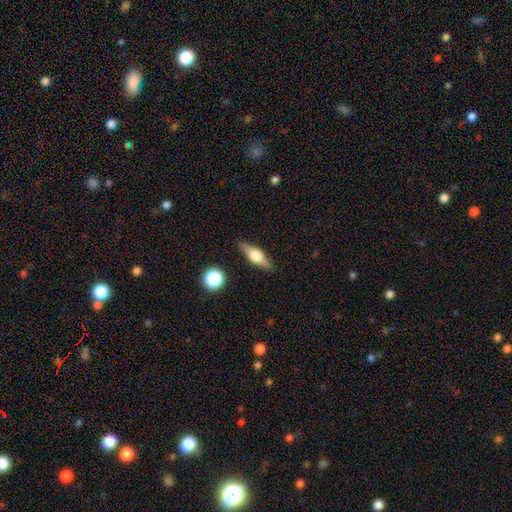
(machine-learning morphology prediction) A featured or disk galaxy (59%) viewed edge-on (94%) with a rounded central bulge (93%). Merging: none (87%).